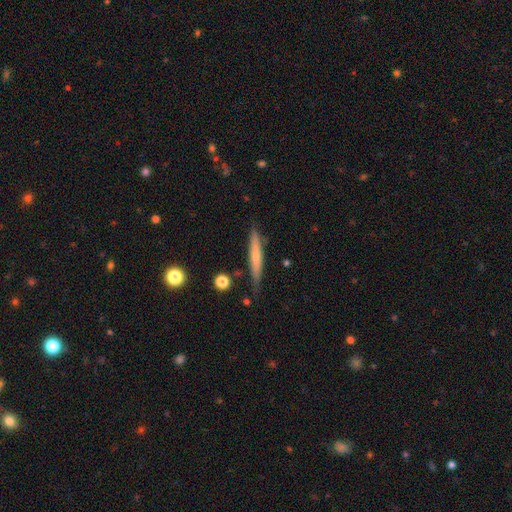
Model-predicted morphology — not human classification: A smooth galaxy with no disk features (55%) that is cigar-shaped (95%). Merging: none (82%).